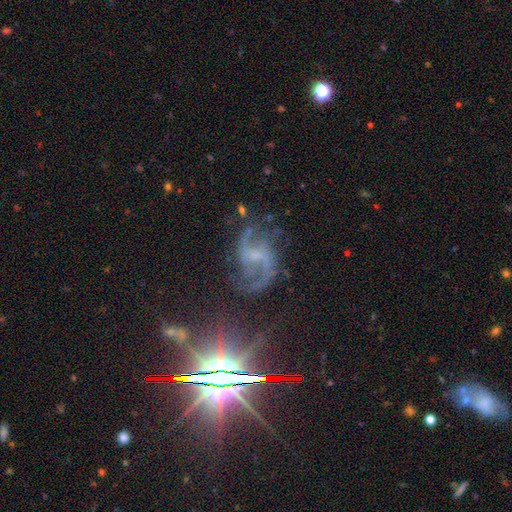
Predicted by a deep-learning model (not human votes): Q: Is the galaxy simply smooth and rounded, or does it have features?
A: featured or disk — 81%.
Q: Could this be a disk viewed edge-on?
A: no — 97%.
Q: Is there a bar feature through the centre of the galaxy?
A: weak — 47%.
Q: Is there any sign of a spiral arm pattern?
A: yes — 95%.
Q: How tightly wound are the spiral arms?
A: loose — 49%.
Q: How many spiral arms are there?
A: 2 — 83%.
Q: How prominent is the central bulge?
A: small — 43%.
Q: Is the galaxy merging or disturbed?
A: none — 62%.